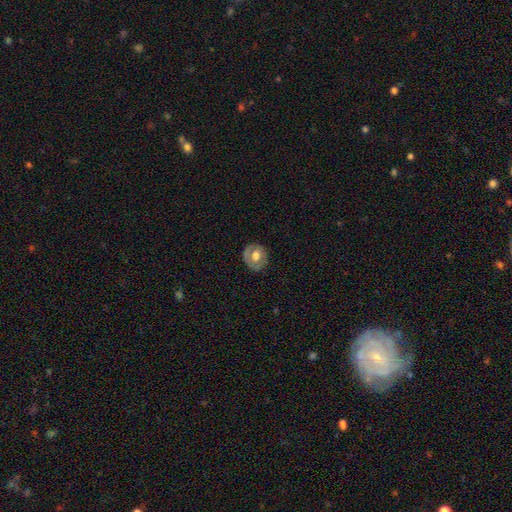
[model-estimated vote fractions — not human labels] Smooth or featured? Predicted: smooth (p=0.51). How rounded? Predicted: round (p=0.74). Merging? Predicted: none (p=0.78).